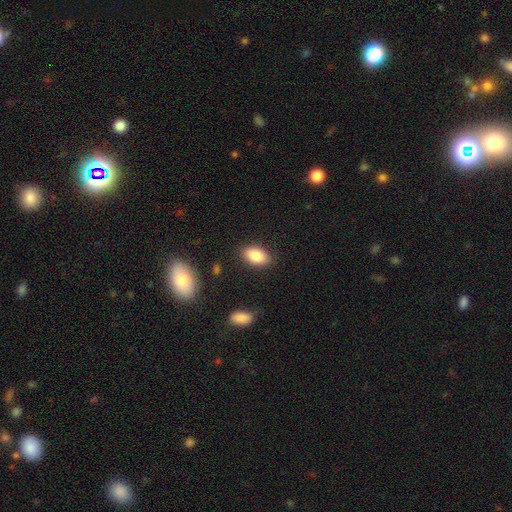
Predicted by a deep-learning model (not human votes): Smooth or featured?
  - smooth: 85% *
  - star or artifact: 8%
  - featured or disk: 7%
How rounded?
  - in between: 90% *
  - round: 8%
  - cigar-shaped: 2%
Merging?
  - none: 86% *
  - minor disturbance: 10%
  - major disturbance: 3%
  - merger: 2%